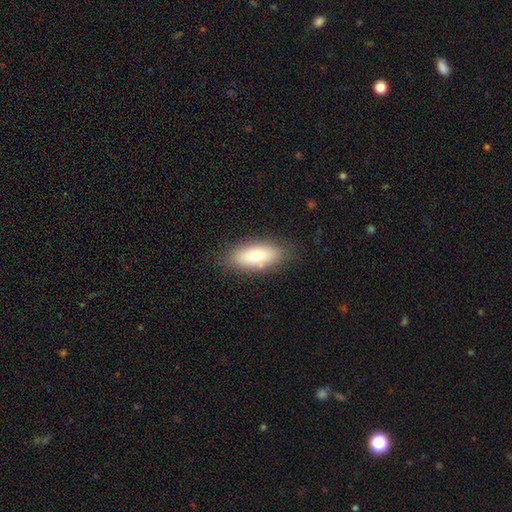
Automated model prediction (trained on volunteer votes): This appears to be a smooth galaxy with no disk features (80%) that is in between round and cigar-shaped (77%). Merging: none (85%).